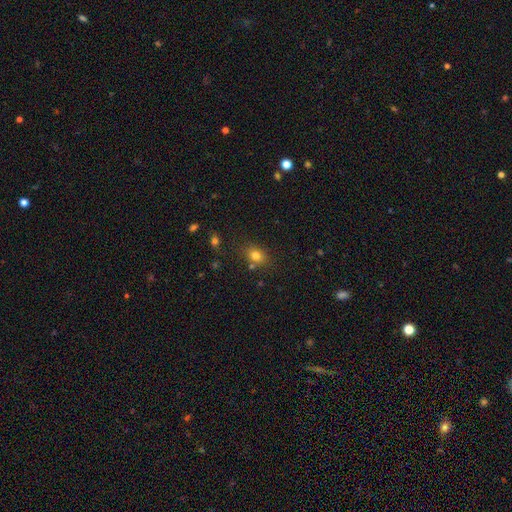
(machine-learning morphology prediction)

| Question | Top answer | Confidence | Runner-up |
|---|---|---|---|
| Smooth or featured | smooth | 77% | star or artifact (14%) |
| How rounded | in between | 54% | round (44%) |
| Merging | none | 74% | minor disturbance (14%) |